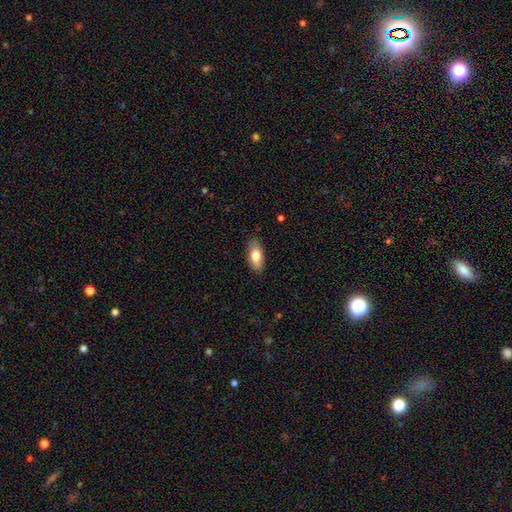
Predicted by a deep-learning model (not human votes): Smooth or featured? smooth (76%)
How rounded? in between (89%)
Merging? none (84%)